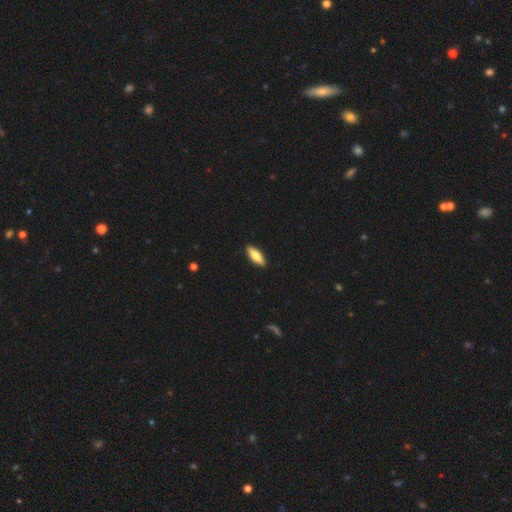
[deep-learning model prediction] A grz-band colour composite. It shows a smooth galaxy with no disk features (72%) that is in between round and cigar-shaped (59%). Merging: none (91%).